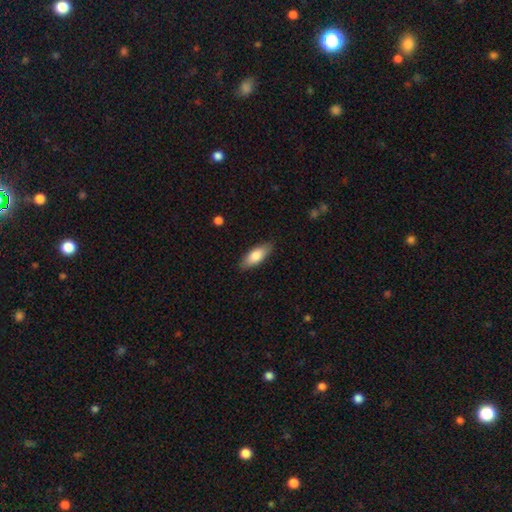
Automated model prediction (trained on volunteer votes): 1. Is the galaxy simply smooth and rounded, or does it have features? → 79% smooth, 15% featured or disk, 6% star or artifact.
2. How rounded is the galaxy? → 73% in between, 25% cigar-shaped, 2% round.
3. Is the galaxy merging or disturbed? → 86% none, 11% minor disturbance, 2% major disturbance, 1% merger.